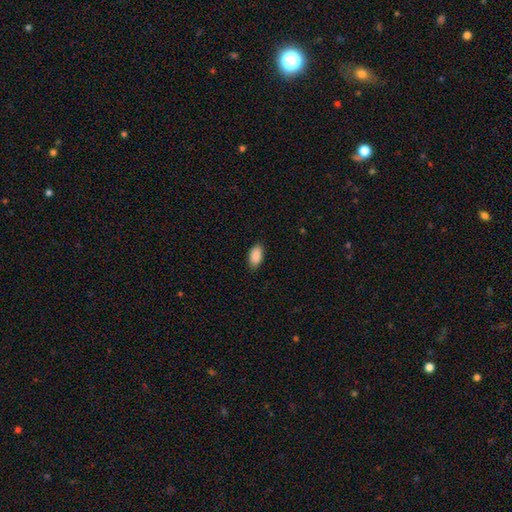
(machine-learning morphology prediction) type=smooth (90%); roundness=in between (93%); merging=none (84%).